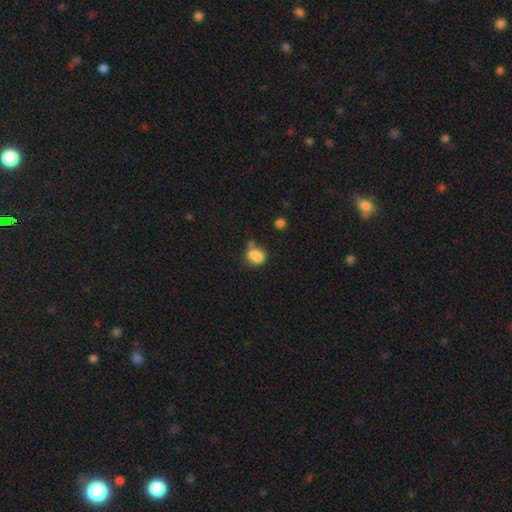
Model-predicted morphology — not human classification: A smooth galaxy with no disk features (78%) that is round (52%). Merging: none (41%).